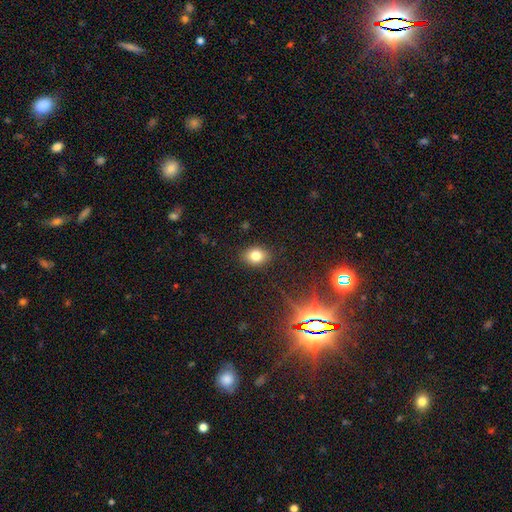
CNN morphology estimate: type=smooth (79%); roundness=in between (69%); merging=none (88%).